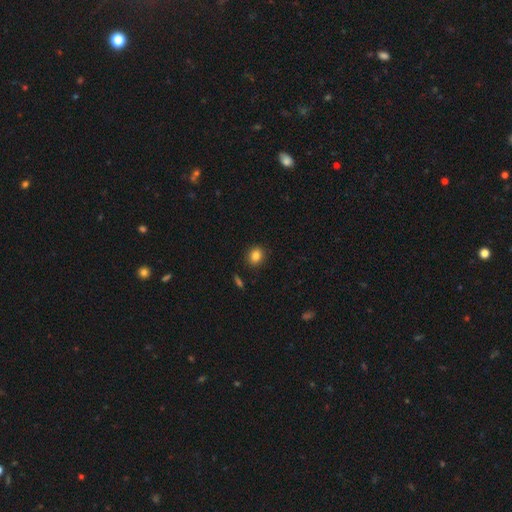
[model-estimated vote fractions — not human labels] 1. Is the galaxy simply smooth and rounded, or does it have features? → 85% smooth, 10% star or artifact, 5% featured or disk.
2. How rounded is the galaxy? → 66% round, 33% in between, 1% cigar-shaped.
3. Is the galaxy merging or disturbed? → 90% none, 7% minor disturbance, 2% major disturbance, 1% merger.